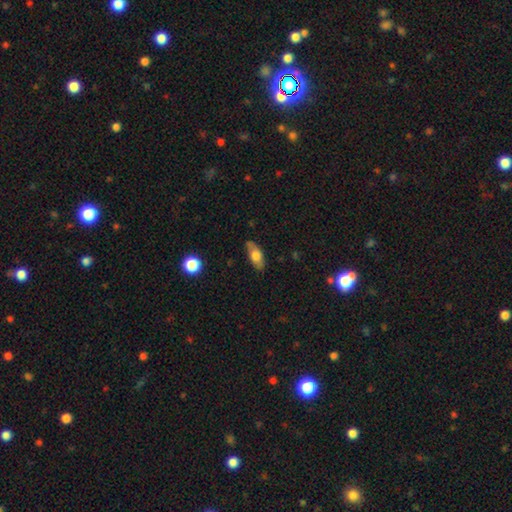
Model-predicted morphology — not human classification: Smooth or featured: smooth — 67% (featured or disk — 27%)
How rounded: in between — 82% (cigar-shaped — 13%)
Merging: none — 77% (minor disturbance — 18%)